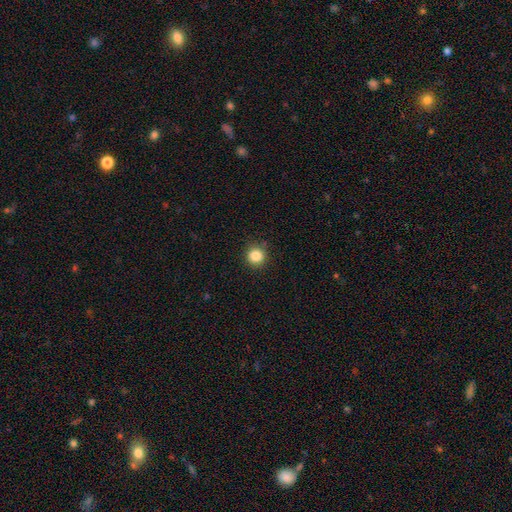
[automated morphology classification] Smooth or featured: smooth — 85% (star or artifact — 11%)
How rounded: round — 93% (in between — 6%)
Merging: none — 89% (minor disturbance — 7%)